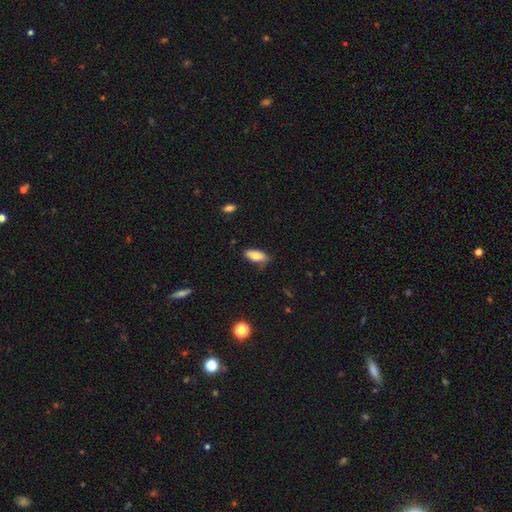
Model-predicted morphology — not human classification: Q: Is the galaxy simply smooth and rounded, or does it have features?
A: smooth — 79%.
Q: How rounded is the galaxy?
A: in between — 83%.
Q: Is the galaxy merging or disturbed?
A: none — 71%.